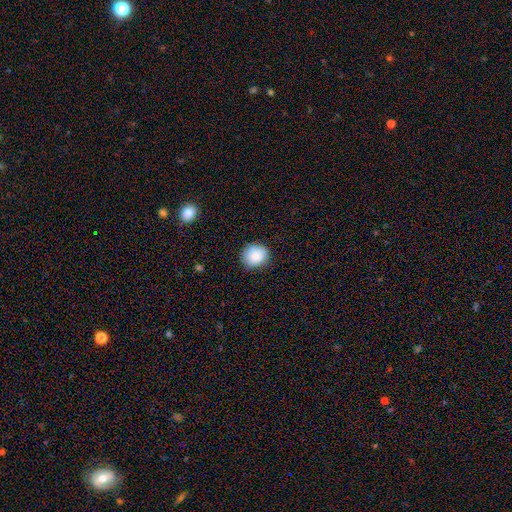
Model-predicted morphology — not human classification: Smooth or featured: smooth — 88% (star or artifact — 8%)
How rounded: round — 79% (in between — 20%)
Merging: none — 85% (minor disturbance — 11%)